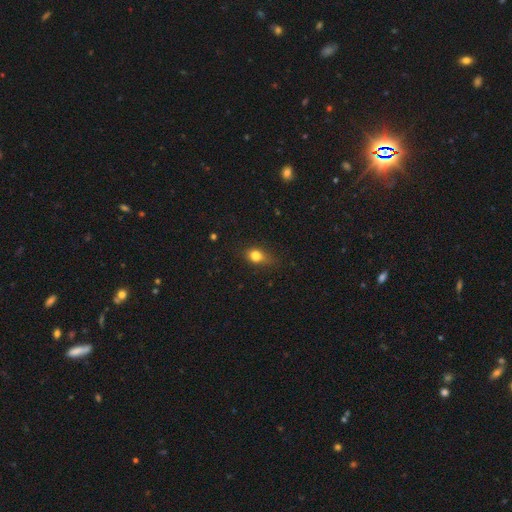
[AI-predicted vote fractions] A smooth galaxy with no disk features (79%) that is in between round and cigar-shaped (52%). Merging: none (62%).